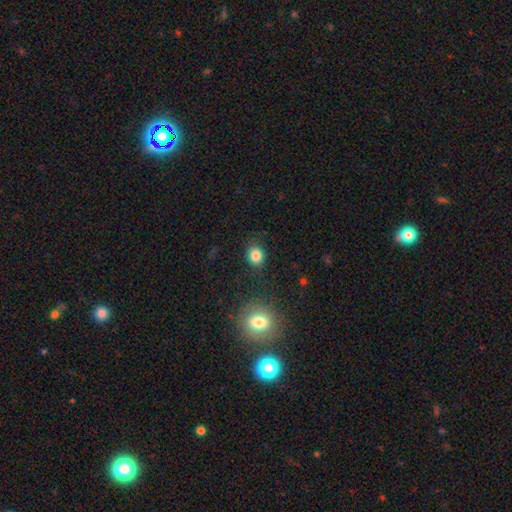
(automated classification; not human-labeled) A smooth galaxy with no disk features (83%) that is round (68%). Merging: none (84%).